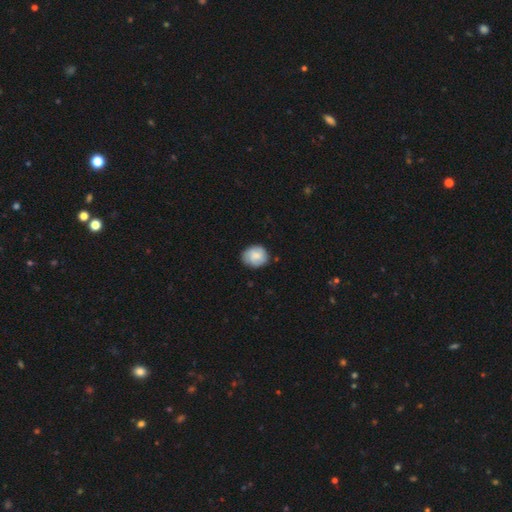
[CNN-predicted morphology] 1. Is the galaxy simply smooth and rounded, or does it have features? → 74% smooth, 19% featured or disk, 7% star or artifact.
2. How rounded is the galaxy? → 74% round, 25% in between, 1% cigar-shaped.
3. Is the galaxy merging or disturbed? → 78% none, 17% minor disturbance, 3% major disturbance, 1% merger.